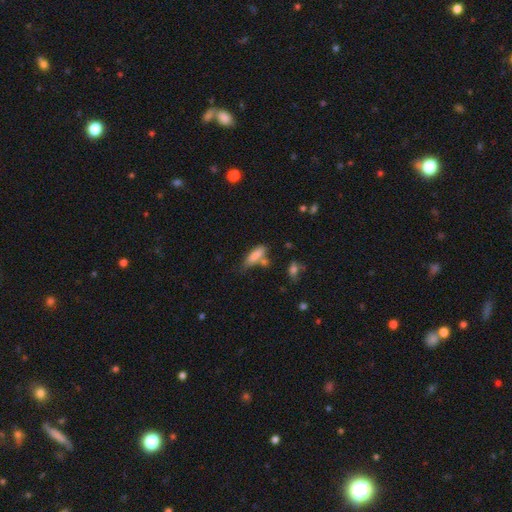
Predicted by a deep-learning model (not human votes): smooth_or_featured: smooth (p=0.82) [alt: featured or disk p=0.10]
how_rounded: in between (p=0.54) [alt: cigar-shaped p=0.44]
merging: none (p=0.50) [alt: minor disturbance p=0.25]